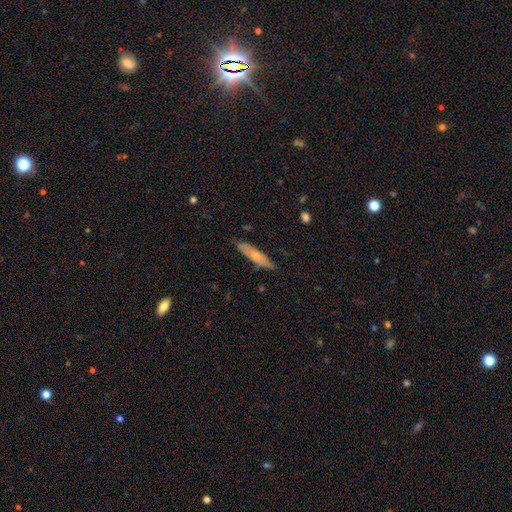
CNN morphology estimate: The model was most divided on "smooth or featured": smooth: 55%, featured or disk: 39%, star or artifact: 6%. More confident: merging — none (79%); how rounded — cigar-shaped (74%).